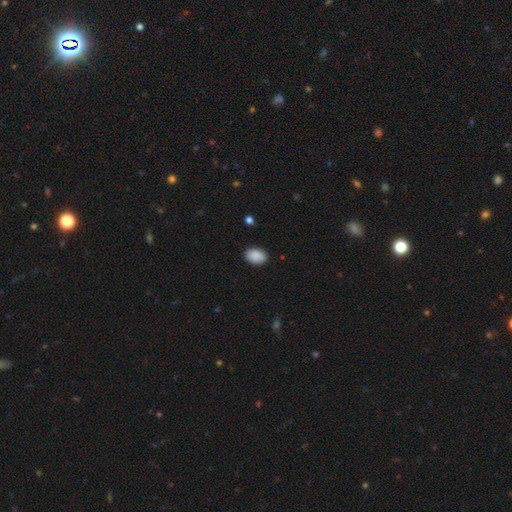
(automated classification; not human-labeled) Smooth or featured: smooth — 90% (star or artifact — 7%)
How rounded: in between — 84% (round — 15%)
Merging: none — 89% (minor disturbance — 8%)